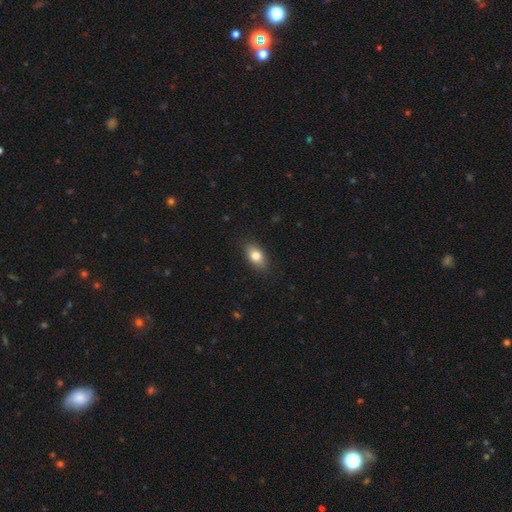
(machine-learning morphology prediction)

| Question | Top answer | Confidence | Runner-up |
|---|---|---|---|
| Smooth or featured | smooth | 79% | featured or disk (13%) |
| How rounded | in between | 84% | round (11%) |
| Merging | none | 86% | minor disturbance (11%) |